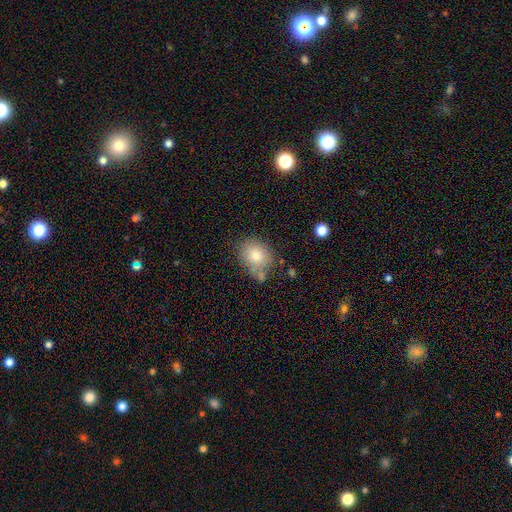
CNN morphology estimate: This appears to be a smooth galaxy with no disk features (79%) that is round (57%). Merging: none (66%).